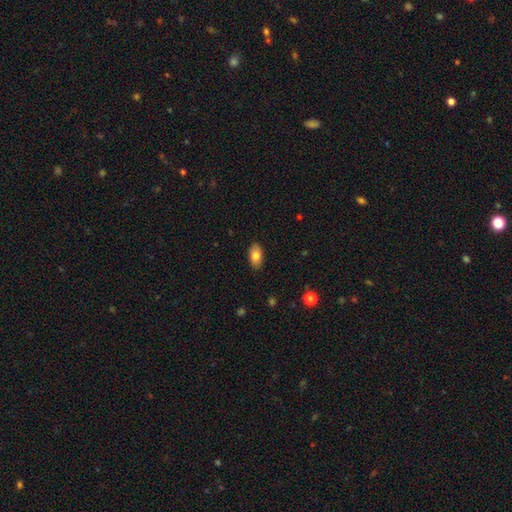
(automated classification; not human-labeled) Overall: smooth (80%). How rounded: in between (92%). Merging: none (88%).